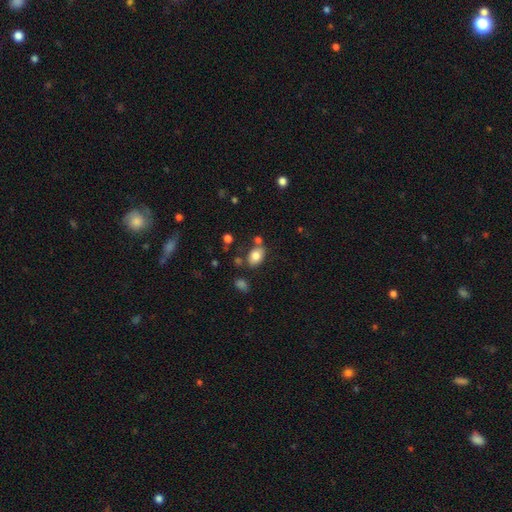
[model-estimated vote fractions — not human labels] Smooth or featured: smooth — 81% (featured or disk — 10%)
How rounded: in between — 80% (round — 18%)
Merging: none — 70% (minor disturbance — 15%)